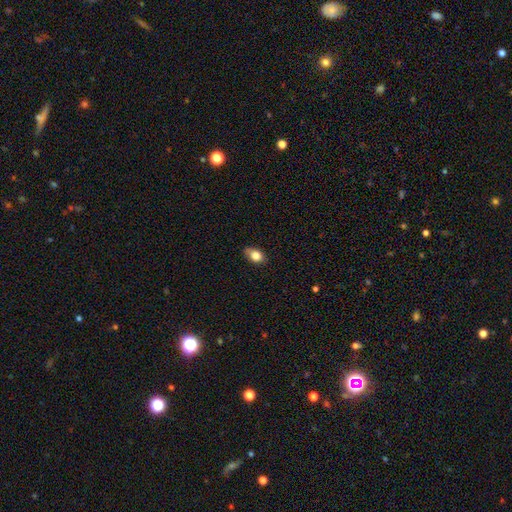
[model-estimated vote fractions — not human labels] Smooth or featured? Predicted: smooth (p=0.82). How rounded? Predicted: in between (p=0.80). Merging? Predicted: none (p=0.69).